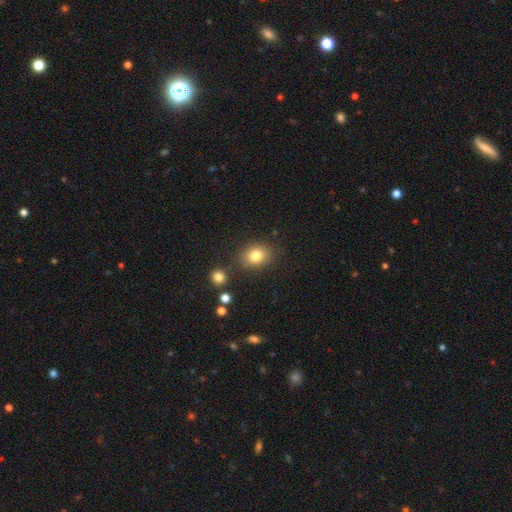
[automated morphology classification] Overall: smooth (81%). How rounded: in between (50%; round 49%). Merging: none (77%).